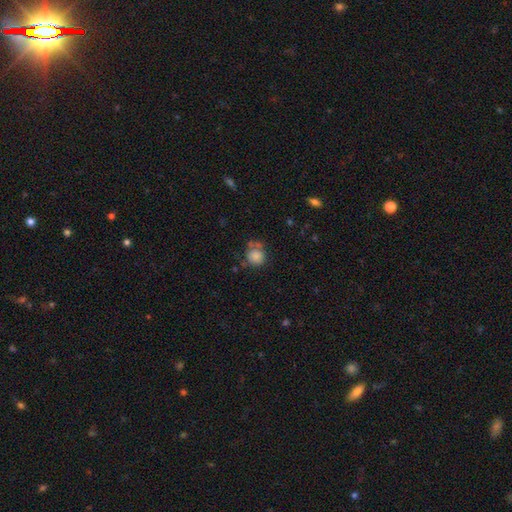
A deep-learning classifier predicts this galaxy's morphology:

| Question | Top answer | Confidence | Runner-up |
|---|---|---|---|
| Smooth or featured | smooth | 81% | star or artifact (10%) |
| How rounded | round | 84% | in between (15%) |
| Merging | none | 54% | minor disturbance (22%) |